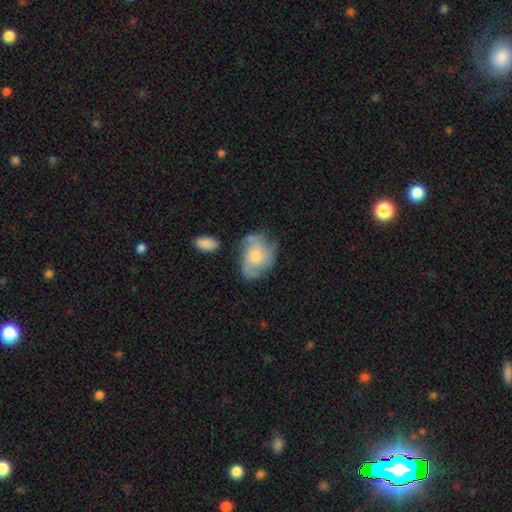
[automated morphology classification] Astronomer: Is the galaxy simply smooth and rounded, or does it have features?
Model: featured or disk — 66%.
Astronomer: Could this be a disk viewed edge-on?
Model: no — 97%.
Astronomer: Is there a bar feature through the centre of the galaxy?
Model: no — 78%.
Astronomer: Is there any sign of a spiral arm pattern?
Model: yes — 85%.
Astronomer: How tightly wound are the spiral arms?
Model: medium — 43% (runner-up: tight, 36%).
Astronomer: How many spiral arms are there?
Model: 3 — 31% (runner-up: can't tell, 27%).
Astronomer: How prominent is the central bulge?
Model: moderate — 64%.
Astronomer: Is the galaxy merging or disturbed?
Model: none — 58%.